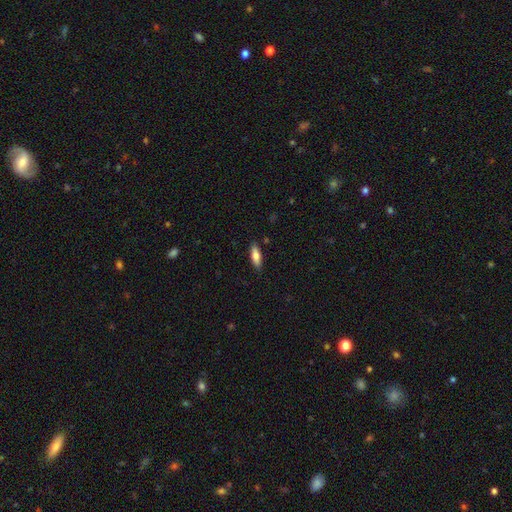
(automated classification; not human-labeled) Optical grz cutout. It shows a smooth galaxy with no disk features (76%) that is in between round and cigar-shaped (58%). Merging: none (87%).